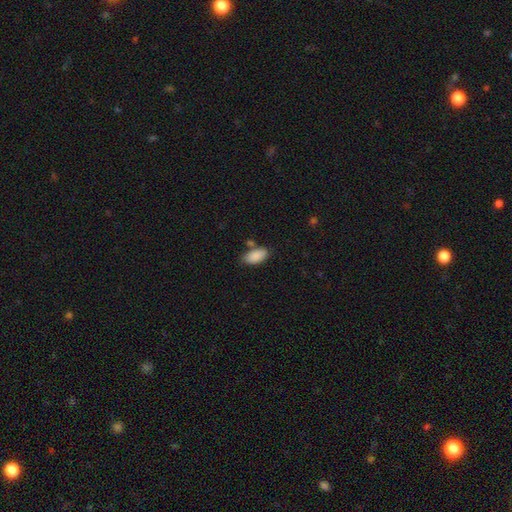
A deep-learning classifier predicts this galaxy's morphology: Smooth or featured? Predicted: smooth (p=0.89). How rounded? Predicted: in between (p=0.93). Merging? Predicted: none (p=0.70).